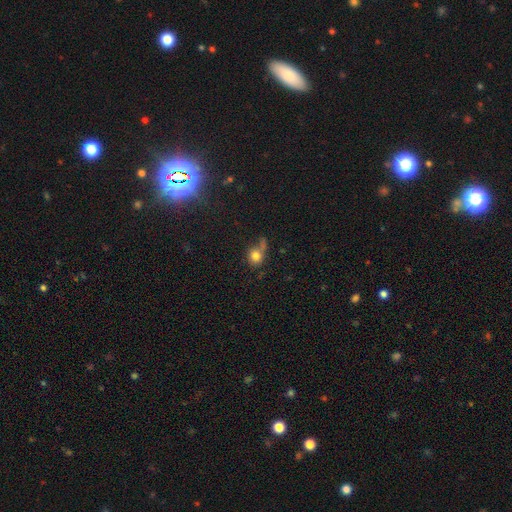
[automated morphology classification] Q: Smooth or featured?
A: smooth (78%); runner-up: star or artifact (11%)
Q: How rounded?
A: round (75%); runner-up: in between (24%)
Q: Merging?
A: none (42%); runner-up: minor disturbance (22%)